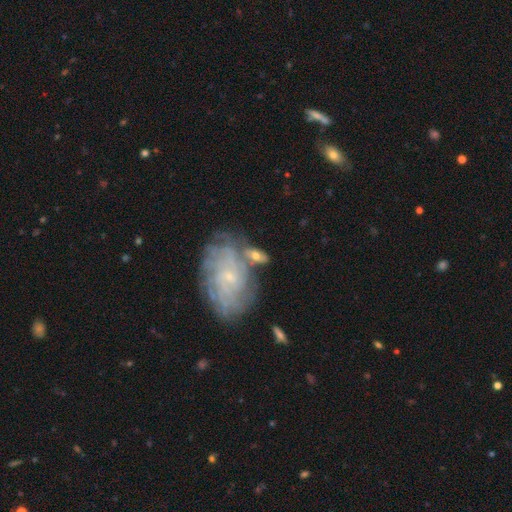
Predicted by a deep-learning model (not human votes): Smooth or featured? Predicted: featured or disk (p=0.59). Edge-on disk? Predicted: no (p=0.91). Bar? Predicted: no (p=0.70). Spiral arms? Predicted: yes (p=0.75). Bulge size? Predicted: small (p=0.71). Merging? Predicted: none (p=0.47).